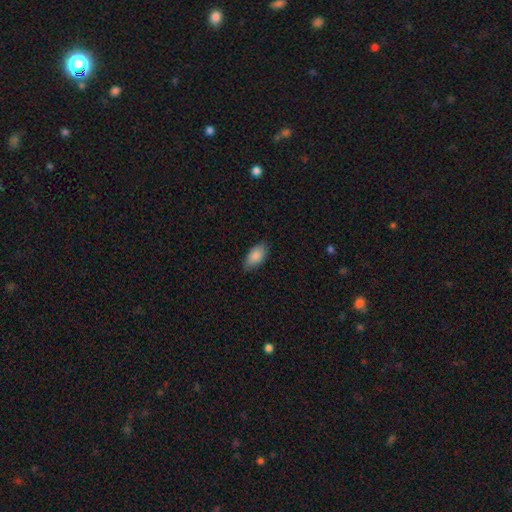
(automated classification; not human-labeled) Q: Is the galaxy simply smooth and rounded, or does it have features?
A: smooth — 87%.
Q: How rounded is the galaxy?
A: in between — 94%.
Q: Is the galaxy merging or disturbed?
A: none — 80%.